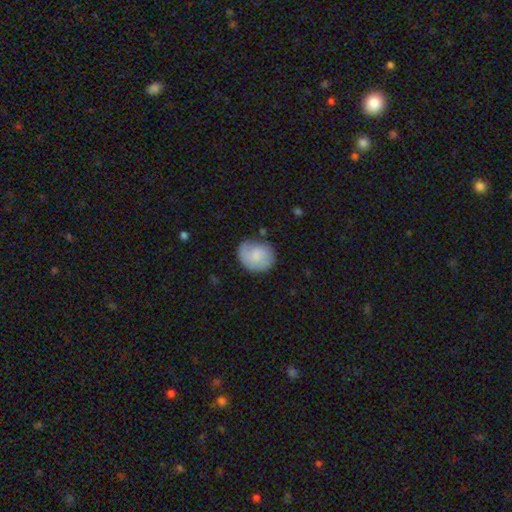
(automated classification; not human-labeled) Smooth or featured? Predicted: smooth (p=0.74). How rounded? Predicted: round (p=0.63). Merging? Predicted: none (p=0.64).